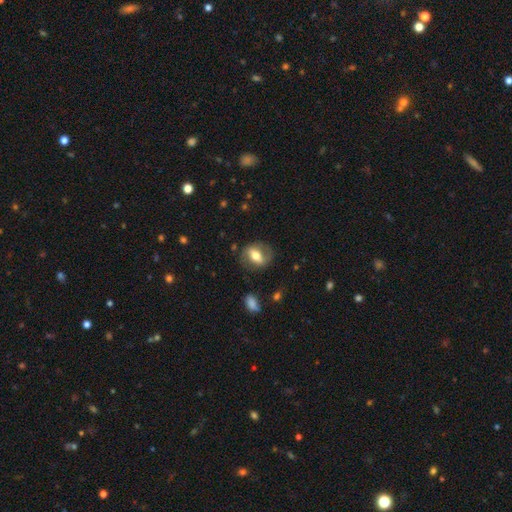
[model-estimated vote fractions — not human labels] This is possibly a featured or disk galaxy (49%). Merging: likely none (71%).